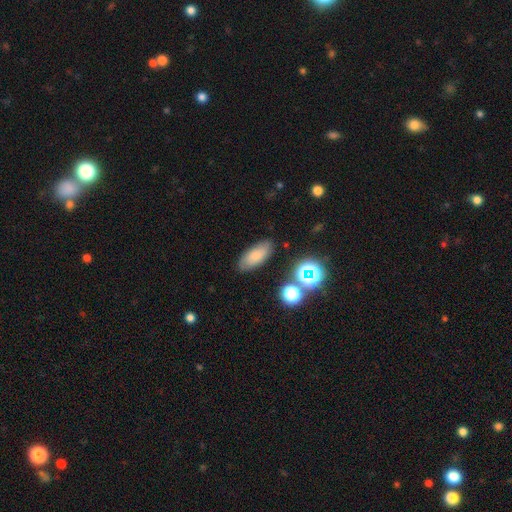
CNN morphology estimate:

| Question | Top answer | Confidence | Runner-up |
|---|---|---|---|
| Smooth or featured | smooth | 76% | featured or disk (13%) |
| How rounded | in between | 82% | cigar-shaped (15%) |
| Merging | none | 83% | minor disturbance (11%) |